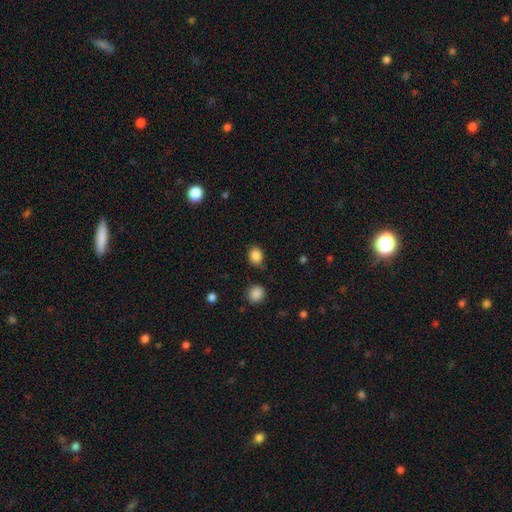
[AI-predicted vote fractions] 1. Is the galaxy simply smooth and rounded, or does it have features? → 86% smooth, 10% star or artifact, 4% featured or disk.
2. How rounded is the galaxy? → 52% round, 47% in between, 1% cigar-shaped.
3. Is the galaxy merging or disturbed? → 77% none, 15% minor disturbance, 4% merger, 4% major disturbance.